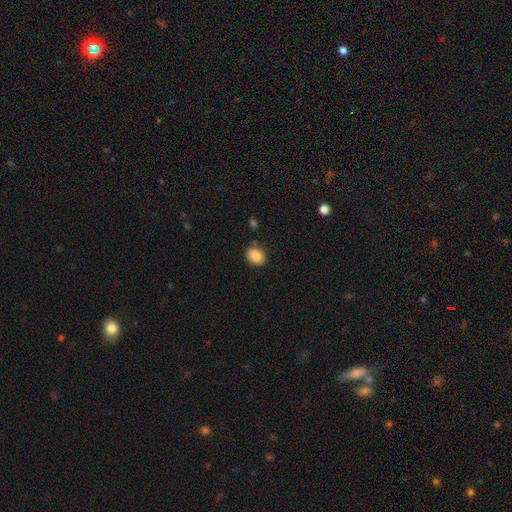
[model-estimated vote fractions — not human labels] This is clearly a smooth galaxy (86%). How rounded: possibly in between (54%). Merging: clearly none (83%).